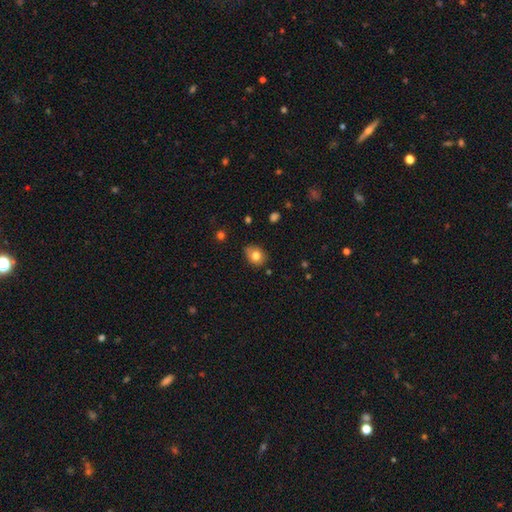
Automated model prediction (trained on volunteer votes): This appears to be a smooth galaxy with no disk features (77%) that is in between round and cigar-shaped (51%). Merging: none (79%).